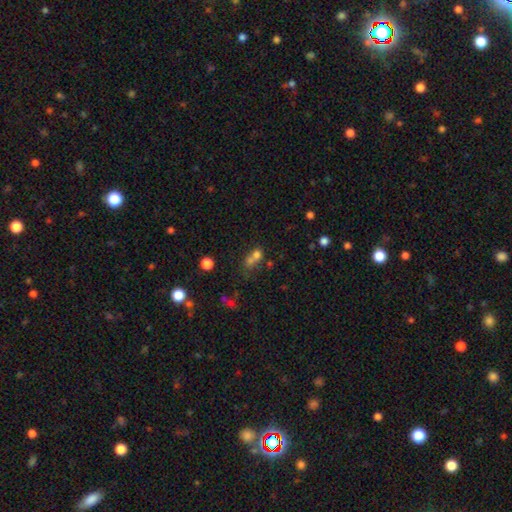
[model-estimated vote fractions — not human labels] Smooth or featured? smooth (66%)
How rounded? round (64%)
Merging? merger (58%)